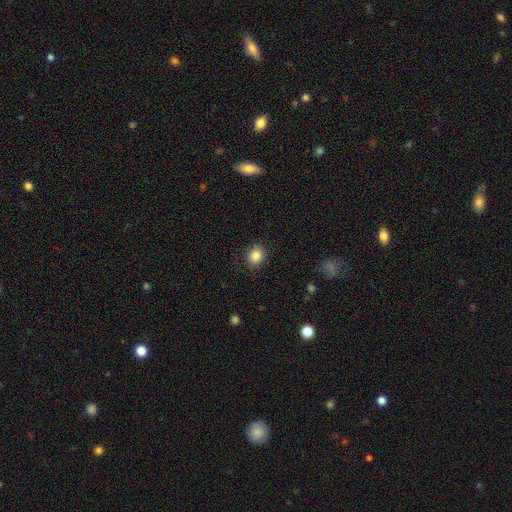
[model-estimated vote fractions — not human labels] A smooth galaxy with no disk features (84%) that is round (79%).

Vote fractions:
- Smooth or featured? smooth: 84% / star or artifact: 10% / featured or disk: 6%
- How rounded? round: 79% / in between: 20% / cigar-shaped: 1%
- Merging? none: 88% / minor disturbance: 9% / major disturbance: 2% / merger: 1%